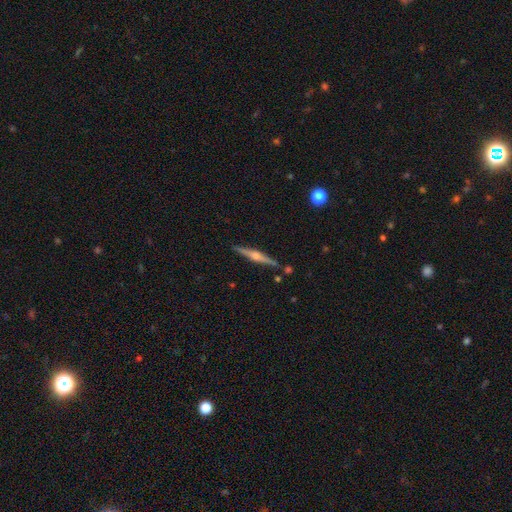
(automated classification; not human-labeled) Smooth or featured? featured or disk (78%)
Edge-on disk? yes (98%)
Edge-on bulge? rounded (85%)
Merging? none (89%)